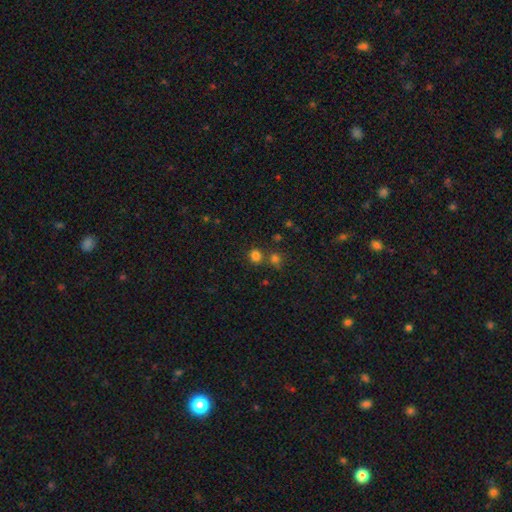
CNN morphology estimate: Smooth or featured?
  - smooth: 76% *
  - star or artifact: 18%
  - featured or disk: 5%
How rounded?
  - round: 83% *
  - in between: 16%
  - cigar-shaped: 1%
Merging?
  - none: 72% *
  - merger: 18%
  - minor disturbance: 8%
  - major disturbance: 3%